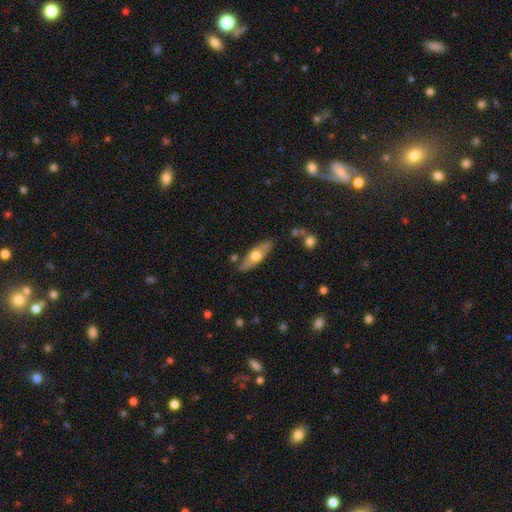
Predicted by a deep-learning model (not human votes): Smooth or featured? Predicted: smooth (p=0.49). Merging? Predicted: none (p=0.78).